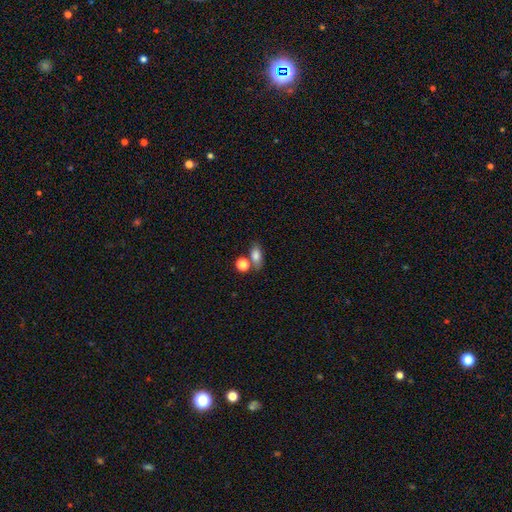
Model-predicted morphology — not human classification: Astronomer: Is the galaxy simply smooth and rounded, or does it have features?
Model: smooth — 80%.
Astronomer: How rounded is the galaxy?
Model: in between — 79%.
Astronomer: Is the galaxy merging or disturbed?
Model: none — 60%.